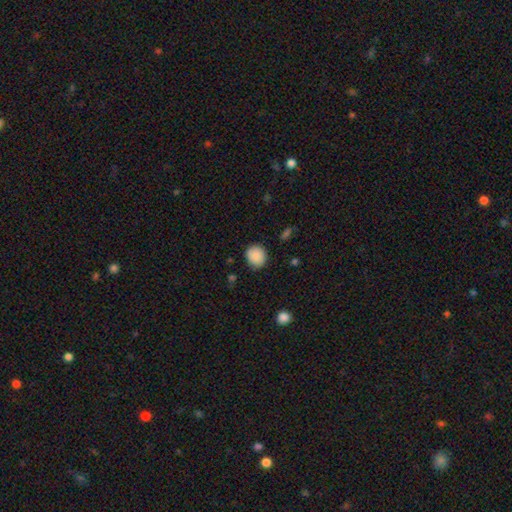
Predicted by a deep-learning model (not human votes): A smooth galaxy with no disk features (89%) that is round (76%).

Vote fractions:
- Smooth or featured? smooth: 89% / star or artifact: 8% / featured or disk: 4%
- How rounded? round: 76% / in between: 23% / cigar-shaped: 1%
- Merging? none: 85% / minor disturbance: 11% / major disturbance: 3% / merger: 1%